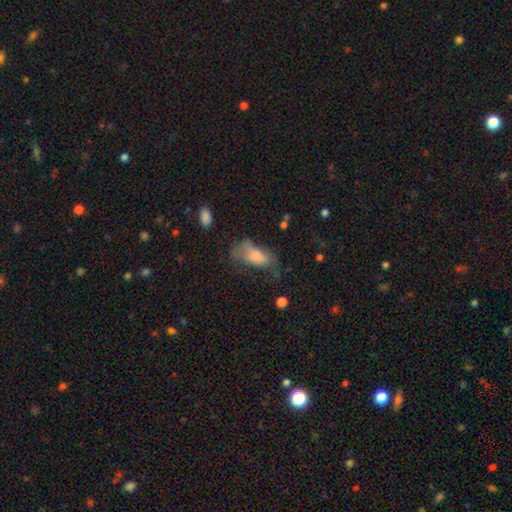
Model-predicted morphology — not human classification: smooth-or-featured: smooth: 67% | featured or disk: 23% | star or artifact: 11%
  how-rounded: in between: 87% | cigar-shaped: 8% | round: 5%
  merging: none: 35% | major disturbance: 33% | minor disturbance: 29% | merger: 3%